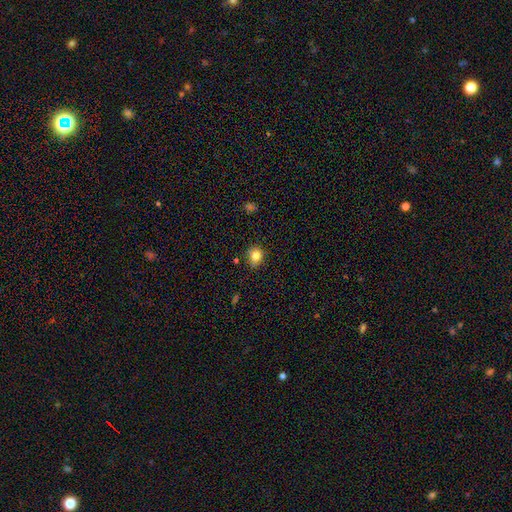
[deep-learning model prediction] smooth 80%, star or artifact 12%, featured or disk 8%. Down the decision tree: how rounded — round (64%); merging — none (72%).